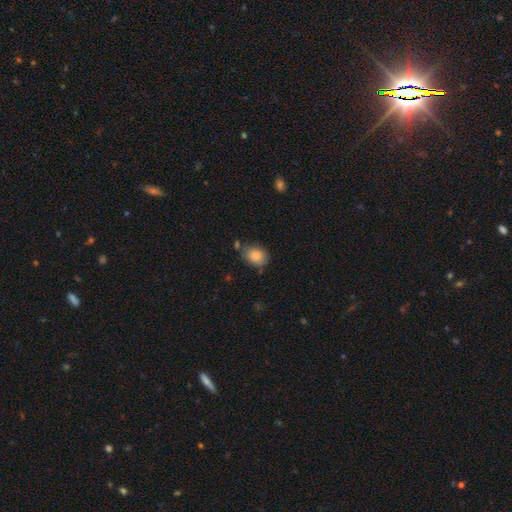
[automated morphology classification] Smooth or featured? smooth (82%)
How rounded? in between (64%)
Merging? none (71%)